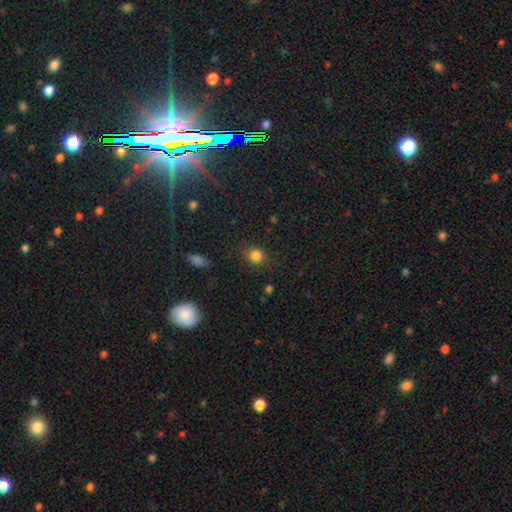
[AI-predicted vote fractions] smooth-or-featured: smooth: 83% | star or artifact: 12% | featured or disk: 5%
  how-rounded: round: 80% | in between: 19% | cigar-shaped: 1%
  merging: none: 85% | minor disturbance: 10% | major disturbance: 4% | merger: 1%